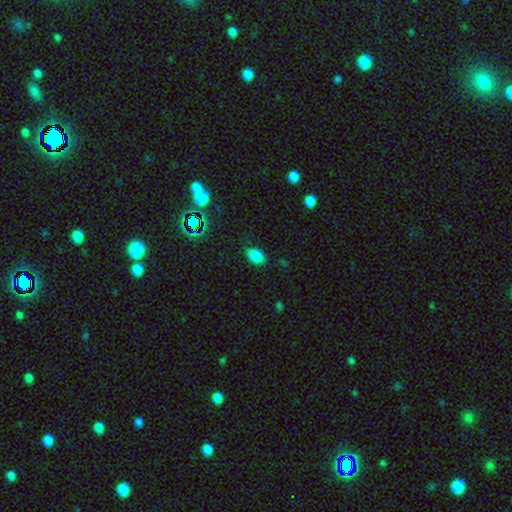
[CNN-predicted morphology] type=smooth (82%); roundness=in between (88%); merging=none (79%).